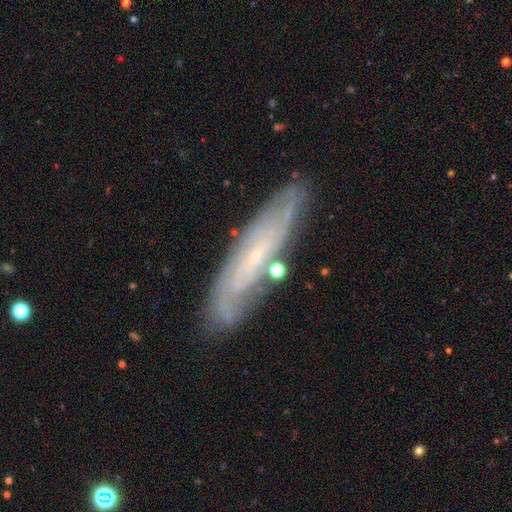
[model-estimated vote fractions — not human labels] Smooth or featured? featured or disk (72%)
Edge-on disk? no (70%)
Bar? no (57%)
Spiral arms? yes (86%)
Bulge size? small (81%)
Merging? none (78%)